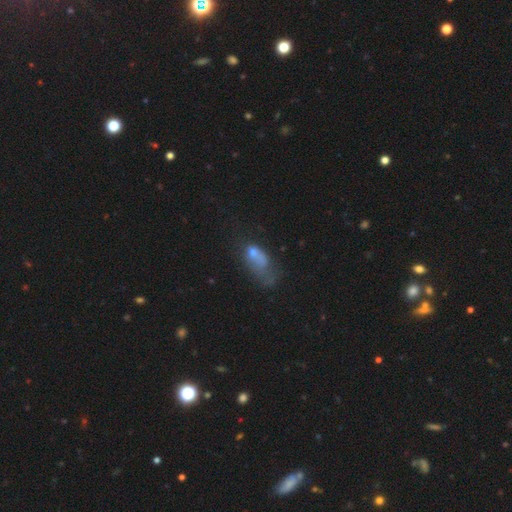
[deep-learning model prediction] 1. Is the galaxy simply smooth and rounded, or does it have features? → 57% smooth, 28% featured or disk, 15% star or artifact.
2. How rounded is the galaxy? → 81% in between, 10% round, 9% cigar-shaped.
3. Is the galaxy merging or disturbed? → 43% major disturbance, 22% none, 21% minor disturbance, 14% merger.